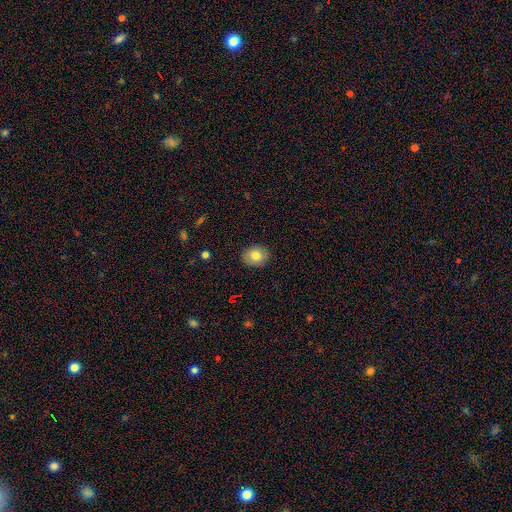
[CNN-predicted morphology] Smooth or featured? smooth (79%)
How rounded? in between (52%)
Merging? none (89%)